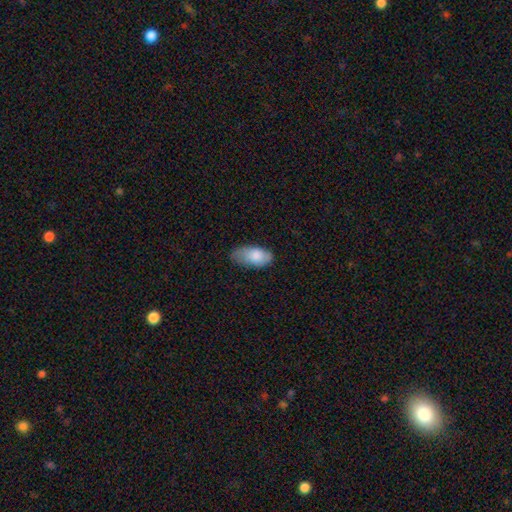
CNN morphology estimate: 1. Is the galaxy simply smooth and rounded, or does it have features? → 81% smooth, 13% featured or disk, 6% star or artifact.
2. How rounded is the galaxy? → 93% in between, 3% cigar-shaped, 3% round.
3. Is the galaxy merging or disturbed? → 56% none, 34% minor disturbance, 8% major disturbance, 1% merger.